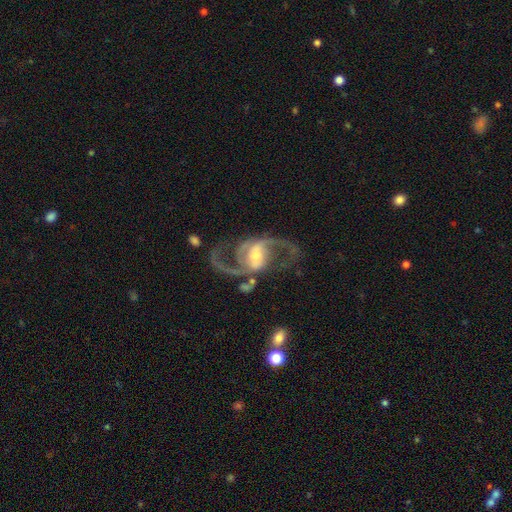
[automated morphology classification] type=featured or disk (91%); edge-on=no (98%); bar=strong (42%); spiral arms=yes (97%); winding=medium (51%); arm count=2 (92%); bulge=small (44%); merging=none (69%).